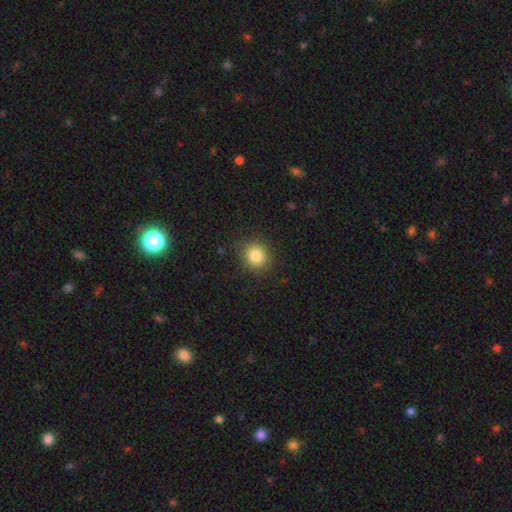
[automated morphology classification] Smooth or featured? smooth (83%)
How rounded? round (81%)
Merging? none (88%)